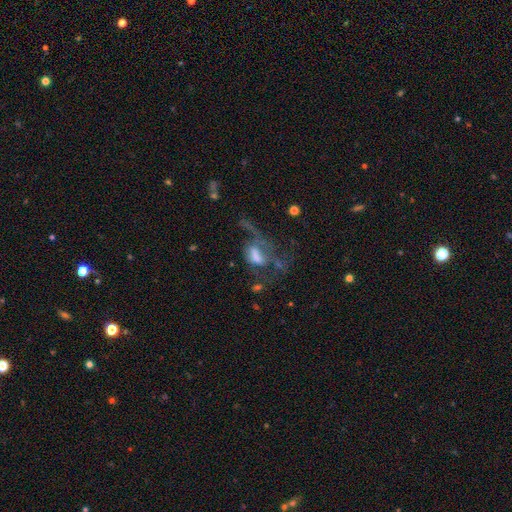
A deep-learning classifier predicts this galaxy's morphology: A featured or disk galaxy (55%) with no bar (51%), spiral arms (50%, tied with no) and a moderate central bulge (30%). Merging: major disturbance (55%).